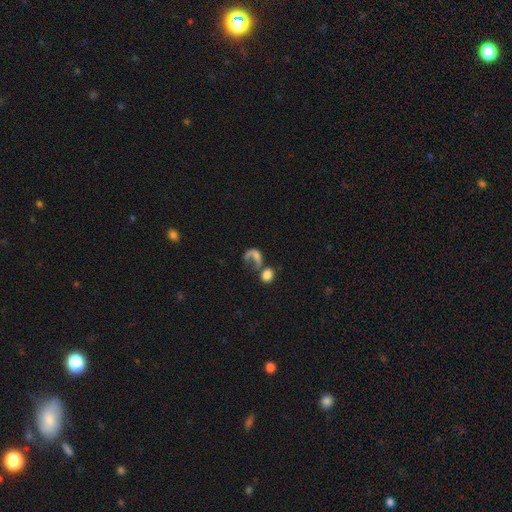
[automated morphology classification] Overall: featured or disk (44%; smooth 43%). Merging: merger (35%, tied with major disturbance).